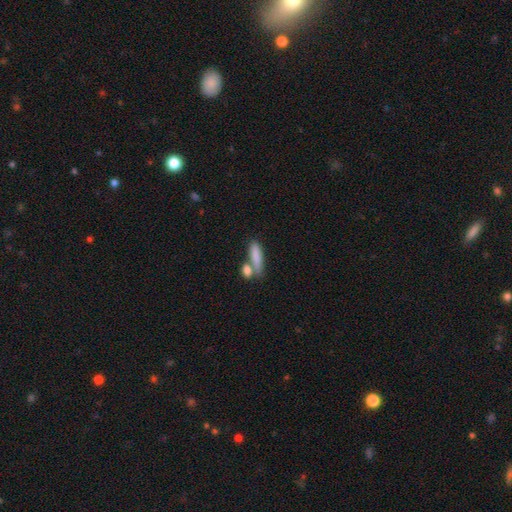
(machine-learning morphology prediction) A smooth galaxy with no disk features (82%) that is cigar-shaped (60%). Merging: none (51%).